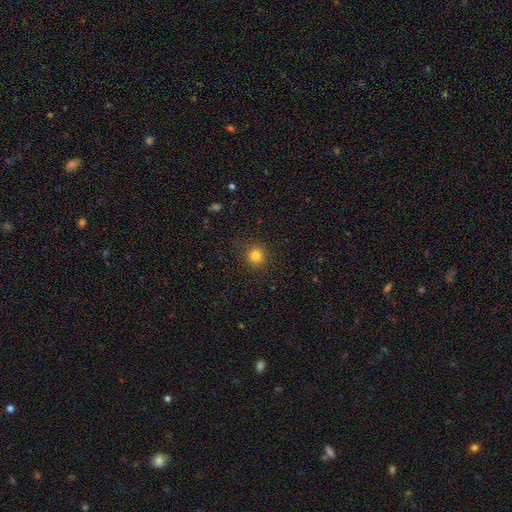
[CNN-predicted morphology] Smooth or featured: smooth — 81% (star or artifact — 13%)
How rounded: round — 93% (in between — 6%)
Merging: none — 89% (minor disturbance — 7%)